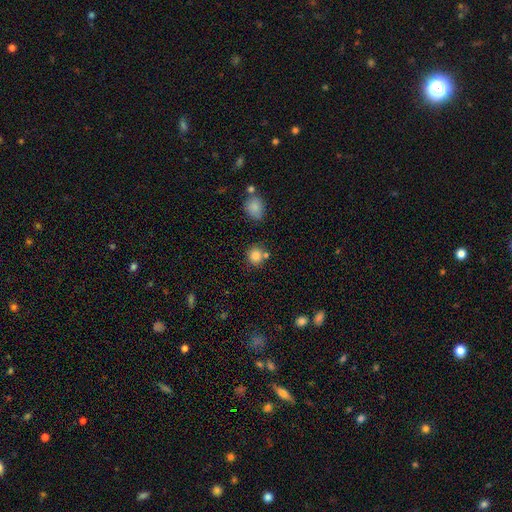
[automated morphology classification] A smooth galaxy with no disk features (82%) that is round (88%). Merging: none (73%).